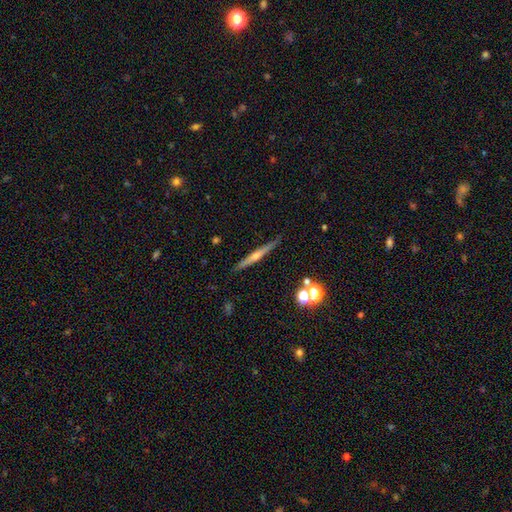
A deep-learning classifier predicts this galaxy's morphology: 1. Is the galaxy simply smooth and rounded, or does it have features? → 71% featured or disk, 20% smooth, 9% star or artifact.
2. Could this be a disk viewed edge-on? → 98% yes, 2% no.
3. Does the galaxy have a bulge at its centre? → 80% rounded, 15% none, 5% boxy.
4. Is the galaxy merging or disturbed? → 89% none, 7% minor disturbance, 2% merger, 2% major disturbance.